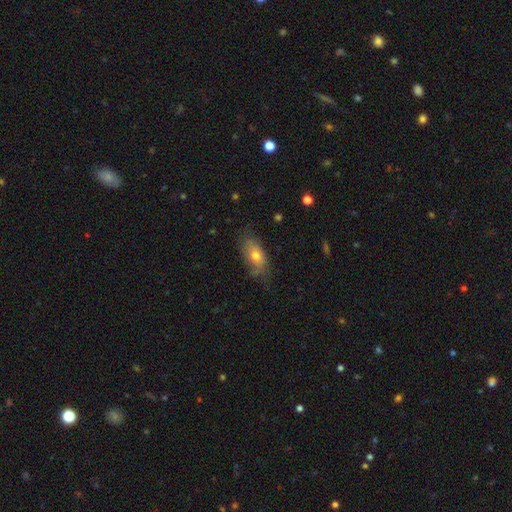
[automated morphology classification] This appears to be a smooth galaxy with no disk features (65%) that is in between round and cigar-shaped (88%). Merging: none (61%).